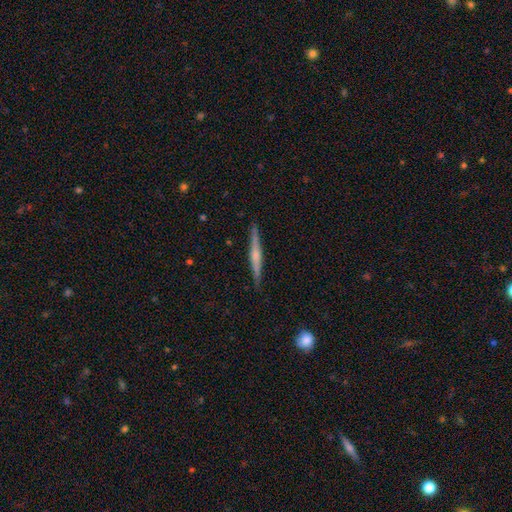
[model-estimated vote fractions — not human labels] Smooth or featured? Predicted: featured or disk (p=0.68). Edge-on disk? Predicted: yes (p=0.98). Edge-on bulge? Predicted: rounded (p=0.65). Merging? Predicted: none (p=0.90).